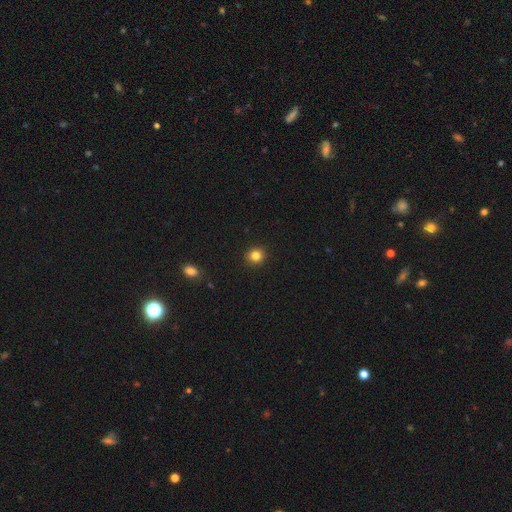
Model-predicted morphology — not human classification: Smooth or featured? Predicted: smooth (p=0.83). How rounded? Predicted: round (p=0.89). Merging? Predicted: none (p=0.92).